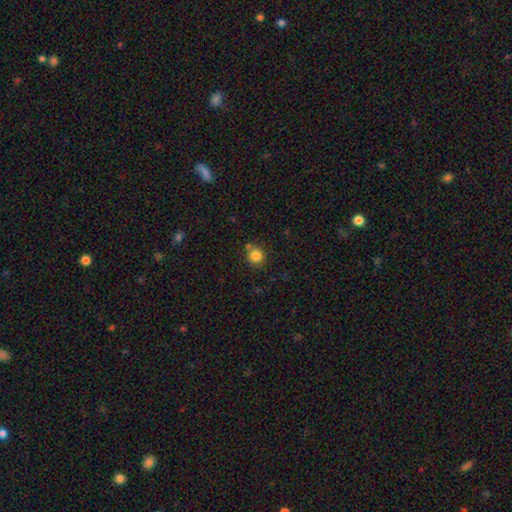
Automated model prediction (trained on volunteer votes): Smooth or featured? smooth (83%)
How rounded? round (89%)
Merging? none (72%)